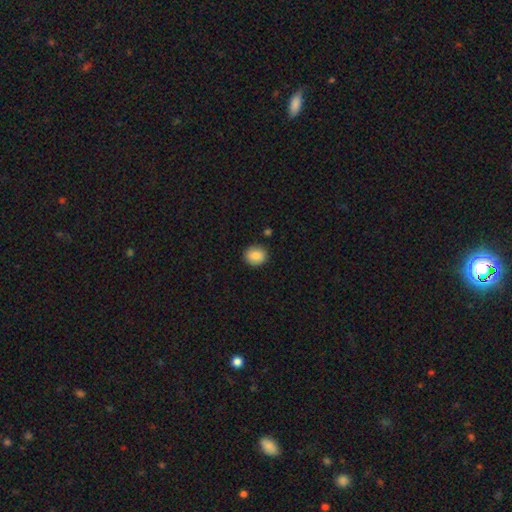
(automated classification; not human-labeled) smooth-or-featured: smooth: 88% | star or artifact: 8% | featured or disk: 4%
  how-rounded: round: 79% | in between: 20% | cigar-shaped: 1%
  merging: none: 89% | minor disturbance: 7% | major disturbance: 2% | merger: 2%